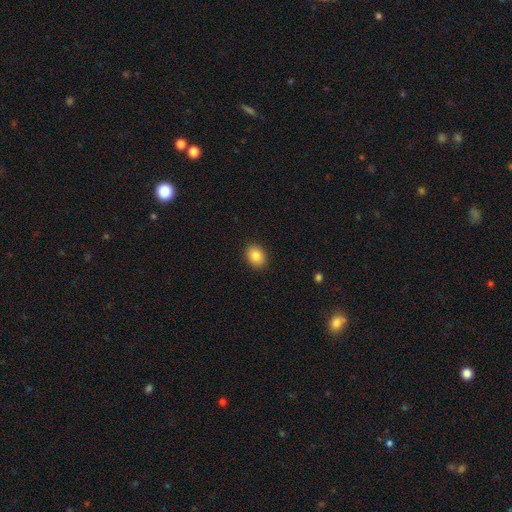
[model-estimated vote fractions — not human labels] Morphology: type=smooth (84%); roundness=in between (53%); merging=none (90%).